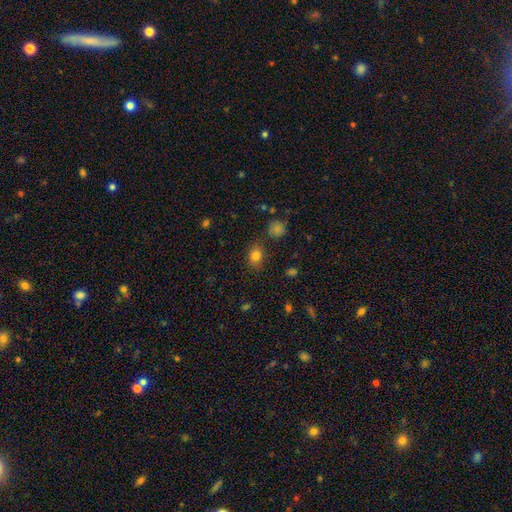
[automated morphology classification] This appears to be a smooth galaxy with no disk features (80%) that is in between round and cigar-shaped (53%). Merging: none (80%).